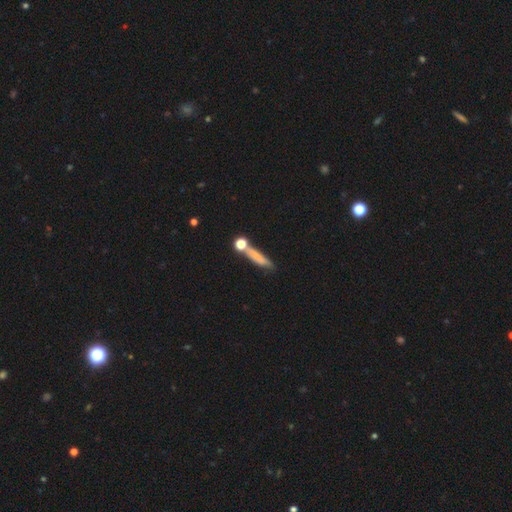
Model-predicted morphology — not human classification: type=smooth (68%); roundness=cigar-shaped (75%); merging=none (61%).